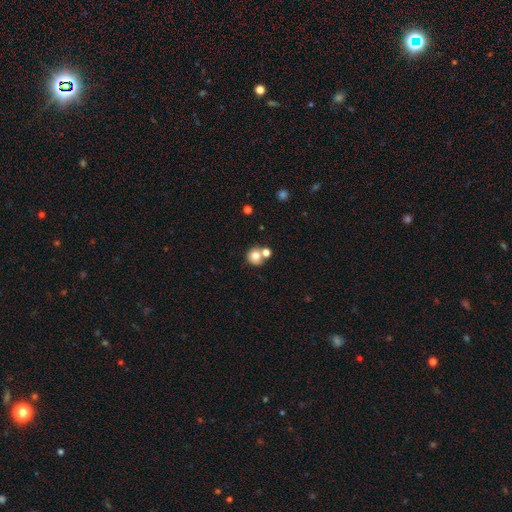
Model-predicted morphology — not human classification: smooth 77%, featured or disk 13%, star or artifact 11%. Down the decision tree: how rounded — round (86%); merging — none (49%).